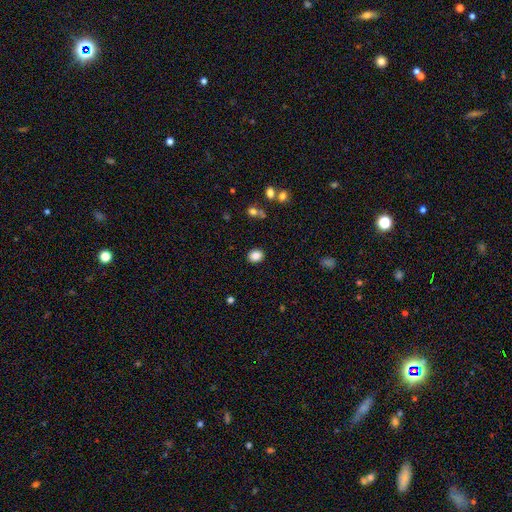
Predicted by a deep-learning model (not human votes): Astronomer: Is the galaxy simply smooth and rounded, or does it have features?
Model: smooth — 86%.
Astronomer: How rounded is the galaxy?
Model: round — 57% (runner-up: in between, 42%).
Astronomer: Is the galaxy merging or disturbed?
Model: none — 89%.